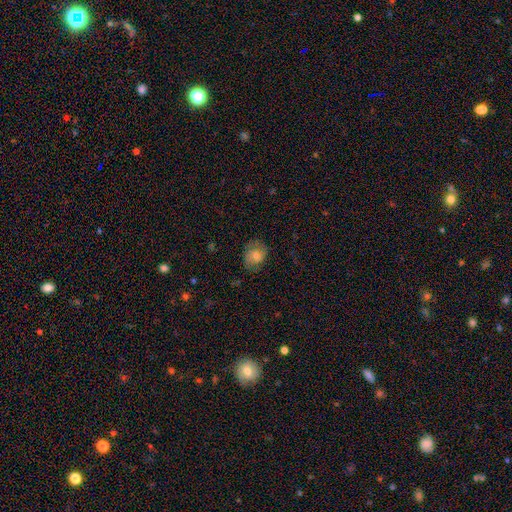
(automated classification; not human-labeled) smooth-or-featured: smooth: 69% | featured or disk: 21% | star or artifact: 10%
  how-rounded: round: 50% | in between: 49% | cigar-shaped: 1%
  merging: none: 62% | minor disturbance: 25% | major disturbance: 12% | merger: 1%